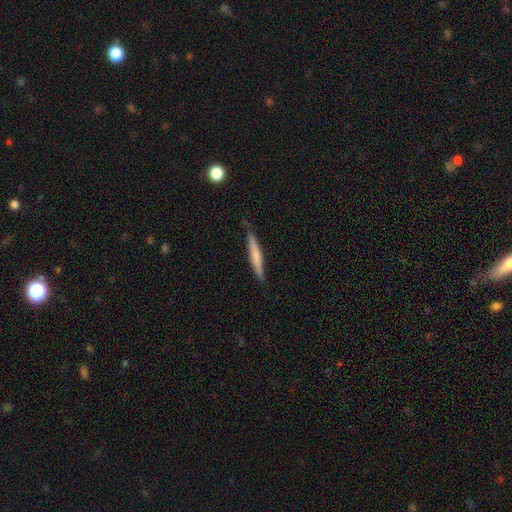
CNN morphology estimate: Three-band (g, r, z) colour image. It shows a smooth galaxy with no disk features (63%) that is cigar-shaped (95%). Merging: none (81%).